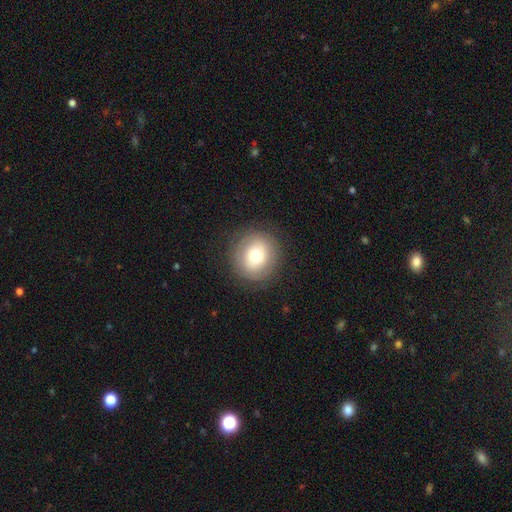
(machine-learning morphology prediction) The model was most divided on "smooth or featured": smooth: 69%, featured or disk: 21%, star or artifact: 9%. More confident: how rounded — round (89%); merging — none (86%).